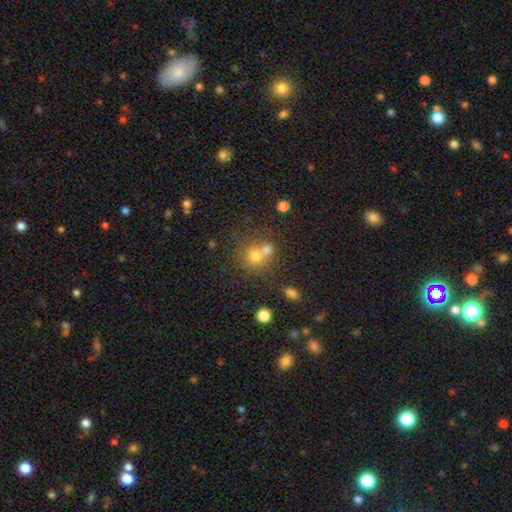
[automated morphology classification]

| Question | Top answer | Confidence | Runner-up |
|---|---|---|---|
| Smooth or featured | smooth | 69% | featured or disk (16%) |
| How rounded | round | 84% | in between (15%) |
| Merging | merger | 46% | none (44%) |